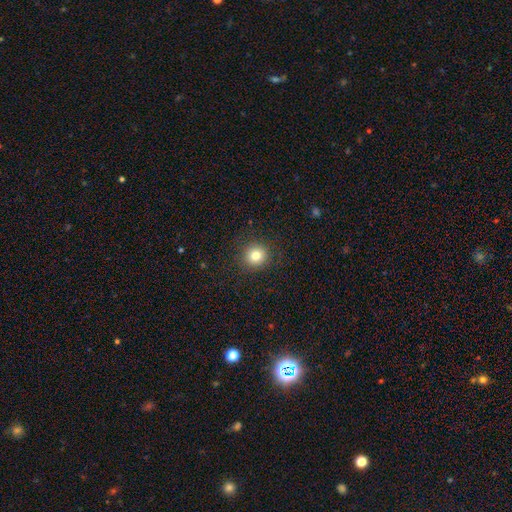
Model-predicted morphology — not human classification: Smooth or featured? smooth (80%)
How rounded? round (90%)
Merging? none (89%)